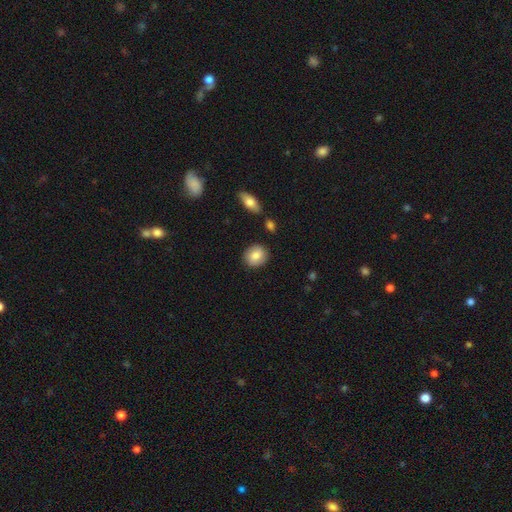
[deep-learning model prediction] smooth-or-featured: smooth: 84% | featured or disk: 10% | star or artifact: 7%
  how-rounded: round: 71% | in between: 28% | cigar-shaped: 1%
  merging: none: 86% | minor disturbance: 9% | merger: 3% | major disturbance: 2%